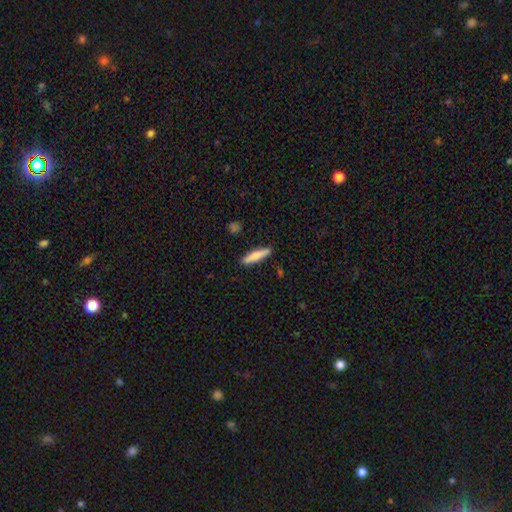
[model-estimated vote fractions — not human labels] Smooth or featured? smooth (70%)
How rounded? cigar-shaped (87%)
Merging? none (89%)